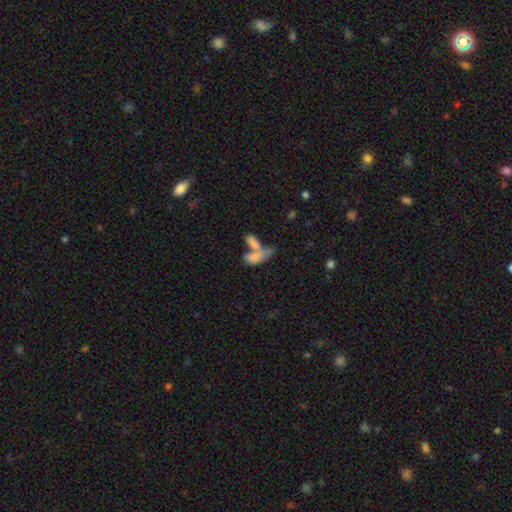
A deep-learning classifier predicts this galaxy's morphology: Smooth or featured? Predicted: smooth (p=0.72). How rounded? Predicted: in between (p=0.77). Merging? Predicted: merger (p=0.65).